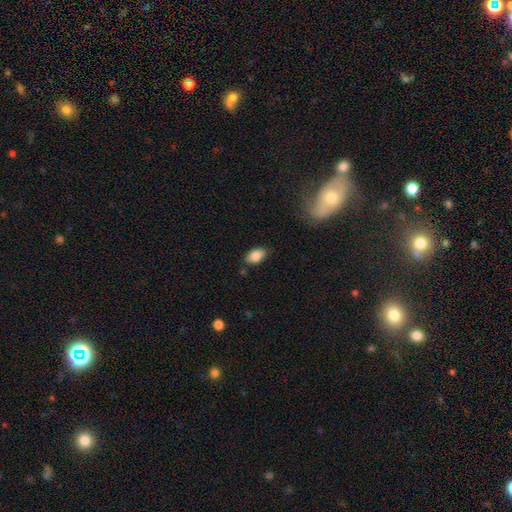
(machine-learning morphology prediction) Smooth or featured? Predicted: smooth (p=0.86). How rounded? Predicted: in between (p=0.92). Merging? Predicted: none (p=0.76).